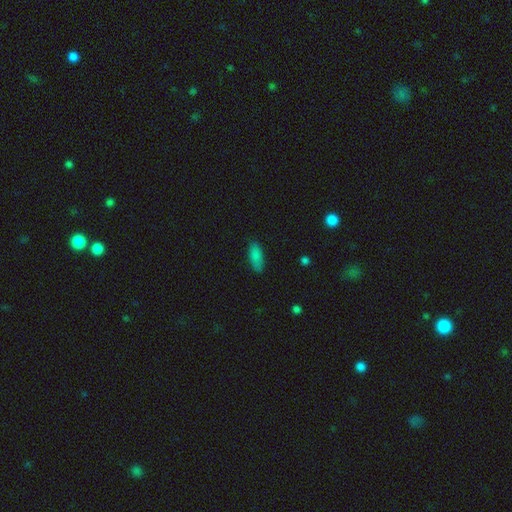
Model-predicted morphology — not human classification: A smooth galaxy with no disk features (85%) that is in between round and cigar-shaped (79%).

Vote fractions:
- Smooth or featured? smooth: 85% / star or artifact: 8% / featured or disk: 7%
- How rounded? in between: 79% / cigar-shaped: 19% / round: 2%
- Merging? none: 84% / minor disturbance: 12% / major disturbance: 2% / merger: 1%